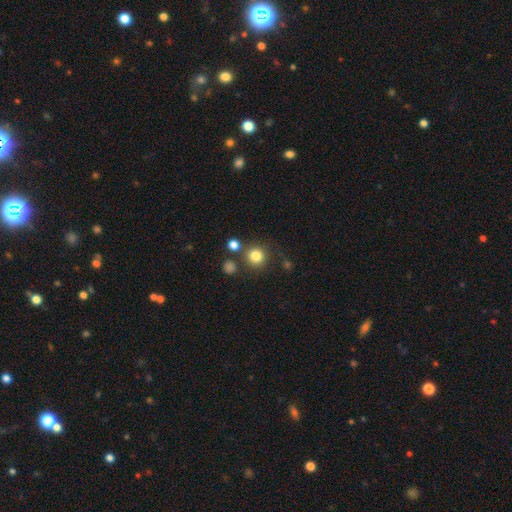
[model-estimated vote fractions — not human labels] Smooth or featured: smooth — 82% (star or artifact — 13%)
How rounded: round — 92% (in between — 7%)
Merging: none — 78% (merger — 9%)